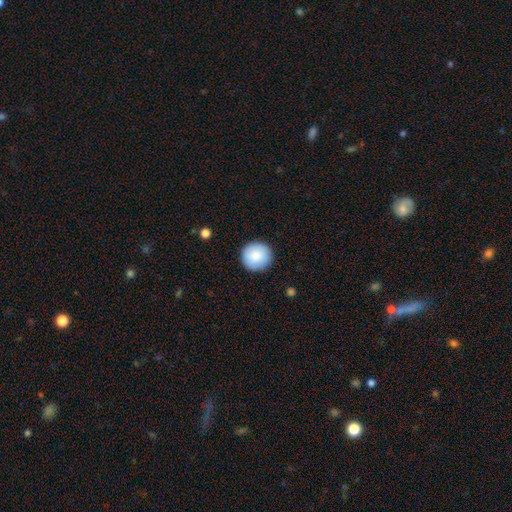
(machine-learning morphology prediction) Smooth or featured: smooth — 87% (star or artifact — 7%)
How rounded: round — 95% (in between — 4%)
Merging: none — 92% (minor disturbance — 6%)